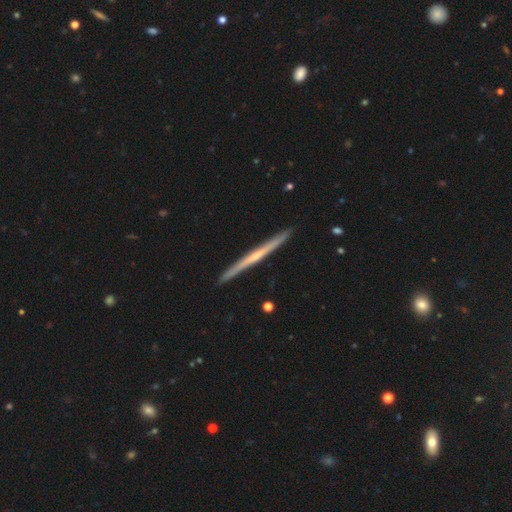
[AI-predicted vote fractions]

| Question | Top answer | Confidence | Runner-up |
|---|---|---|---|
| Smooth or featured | featured or disk | 77% | smooth (17%) |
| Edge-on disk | yes | 98% | no (2%) |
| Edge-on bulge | rounded | 56% | none (38%) |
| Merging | none | 91% | minor disturbance (6%) |